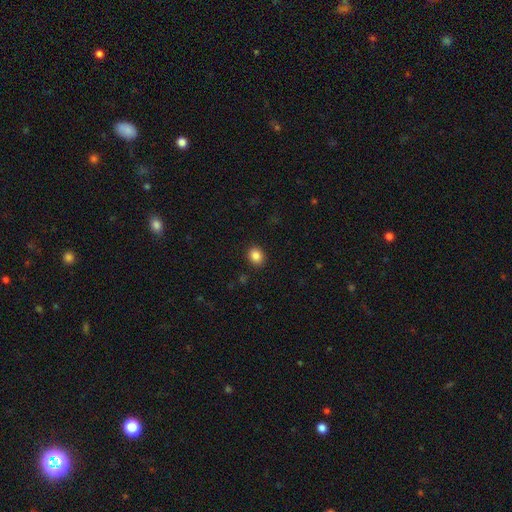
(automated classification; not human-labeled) Morphology: type=smooth (86%); roundness=round (60%); merging=none (90%).